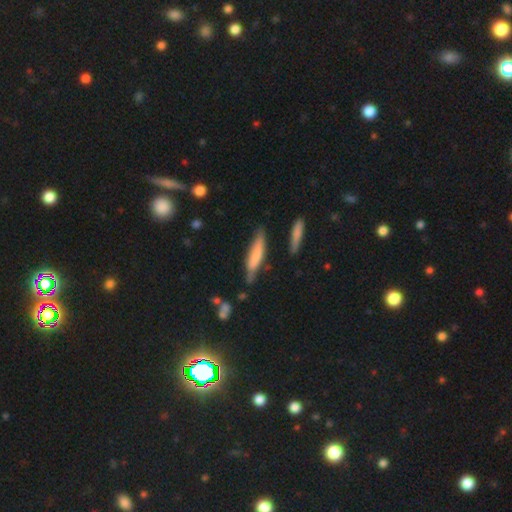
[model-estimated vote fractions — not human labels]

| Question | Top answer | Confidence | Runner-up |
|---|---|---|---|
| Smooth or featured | smooth | 65% | featured or disk (29%) |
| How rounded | cigar-shaped | 81% | in between (17%) |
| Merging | none | 63% | minor disturbance (26%) |